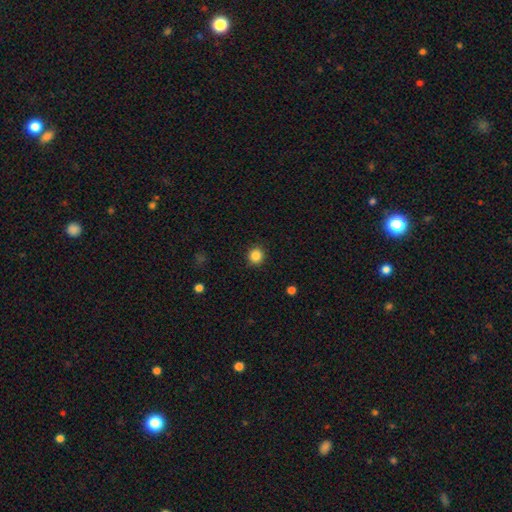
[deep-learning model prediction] Smooth or featured? smooth (86%)
How rounded? round (93%)
Merging? none (91%)